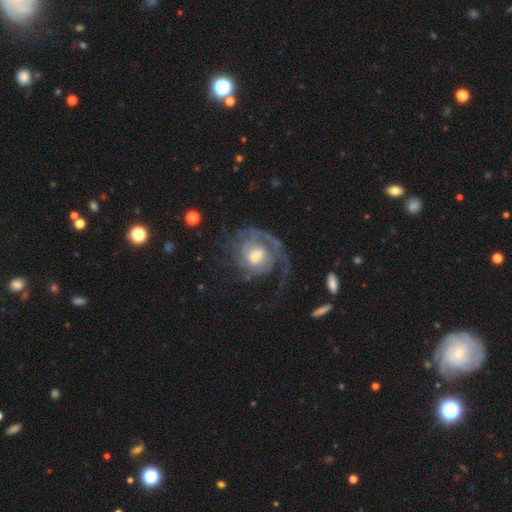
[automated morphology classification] Smooth or featured: featured or disk — 87% (smooth — 8%)
Edge-on disk: no — 98% (yes — 2%)
Bar: no — 52% (weak — 41%)
Spiral arms: yes — 95% (no — 5%)
Spiral winding: tight — 47% (medium — 37%)
Spiral arm count: 2 — 33% (1 — 23%)
Bulge size: moderate — 60% (small — 18%)
Merging: none — 56% (major disturbance — 26%)